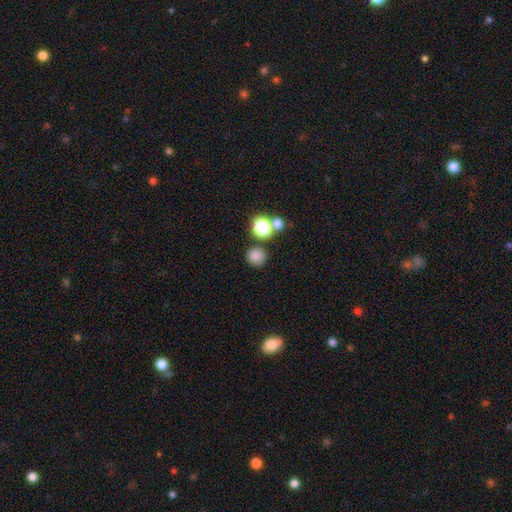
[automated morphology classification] smooth_or_featured: smooth (p=0.81) [alt: star or artifact p=0.14]
how_rounded: round (p=0.90) [alt: in between p=0.09]
merging: none (p=0.76) [alt: merger p=0.12]